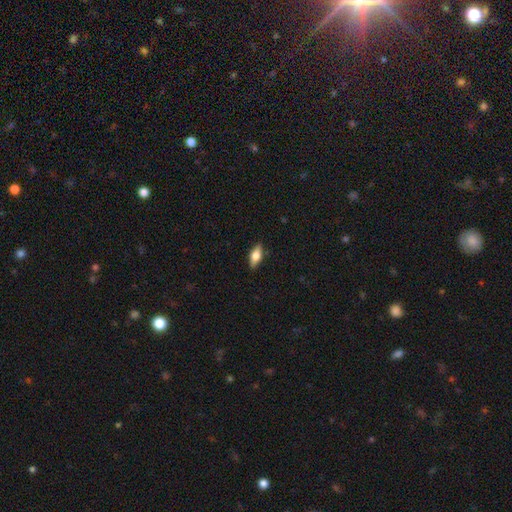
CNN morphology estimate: smooth_or_featured: smooth (p=0.59) [alt: featured or disk p=0.34]
how_rounded: in between (p=0.74) [alt: cigar-shaped p=0.22]
merging: none (p=0.87) [alt: minor disturbance p=0.10]